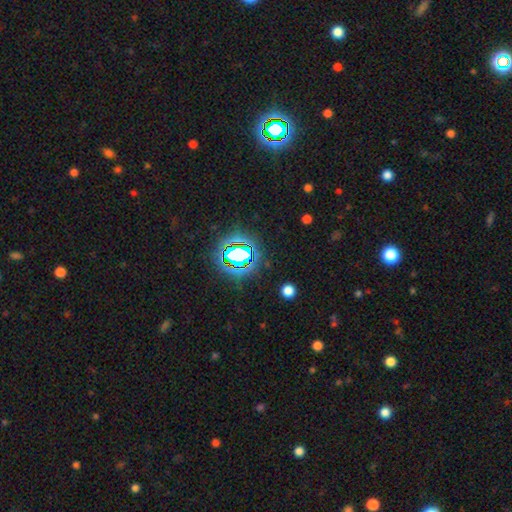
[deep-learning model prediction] smooth_or_featured: star or artifact (p=0.80) [alt: smooth p=0.12]